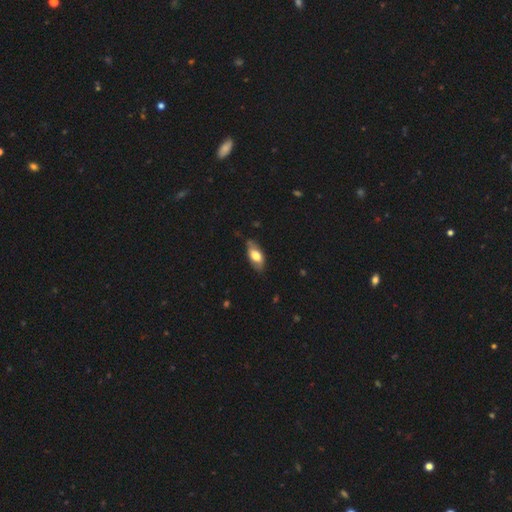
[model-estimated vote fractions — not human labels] smooth 65%, featured or disk 29%, star or artifact 6%. Down the decision tree: how rounded — in between (85%); merging — none (76%).